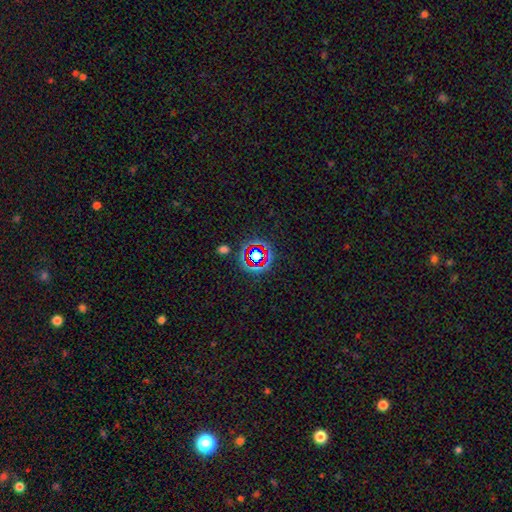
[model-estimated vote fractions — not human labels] Q: Smooth or featured?
A: star or artifact (63%); runner-up: smooth (24%)